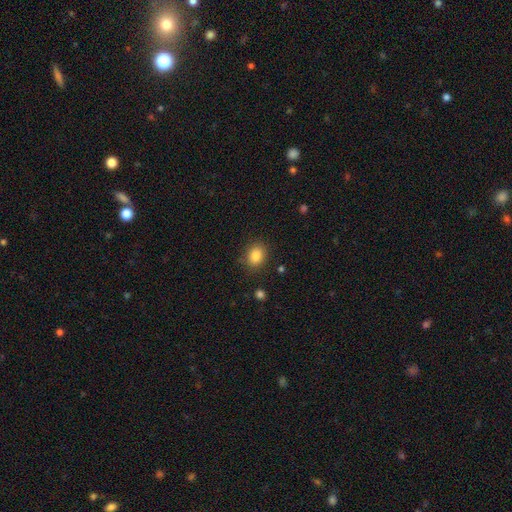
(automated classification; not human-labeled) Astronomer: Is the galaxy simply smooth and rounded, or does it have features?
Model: smooth — 85%.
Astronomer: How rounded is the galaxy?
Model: in between — 50% (runner-up: round, 49%).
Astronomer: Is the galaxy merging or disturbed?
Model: none — 83%.